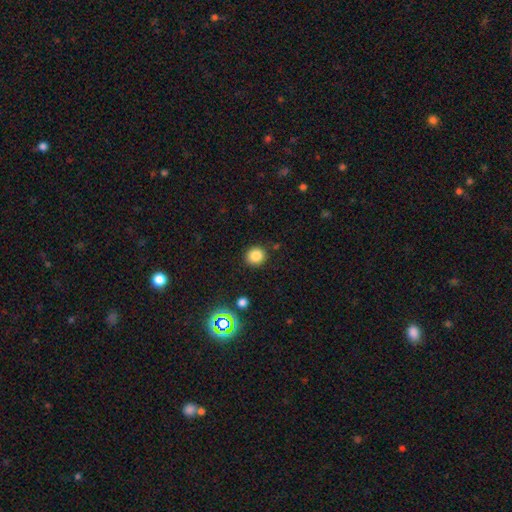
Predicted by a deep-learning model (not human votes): This is clearly a smooth galaxy (83%). How rounded: clearly round (86%). Merging: clearly none (88%).